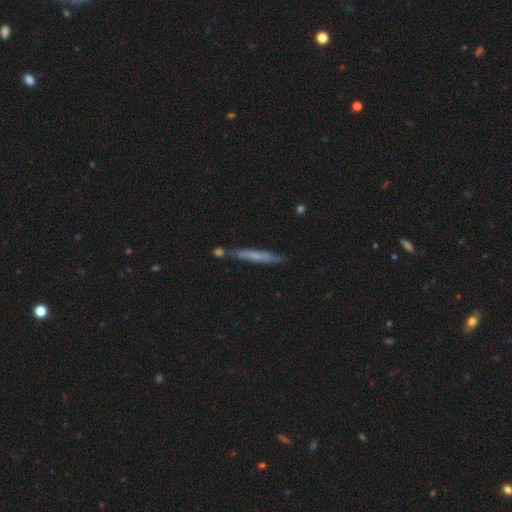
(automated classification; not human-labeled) This appears to be a smooth galaxy with no disk features (54%) that is cigar-shaped (95%). Merging: none (75%).